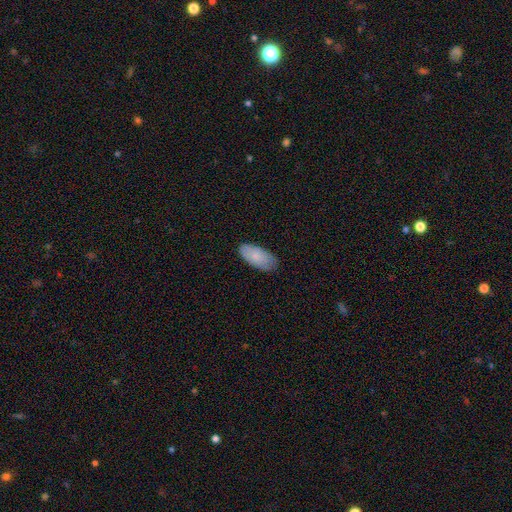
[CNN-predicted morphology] type=smooth (82%); roundness=in between (93%); merging=none (81%).